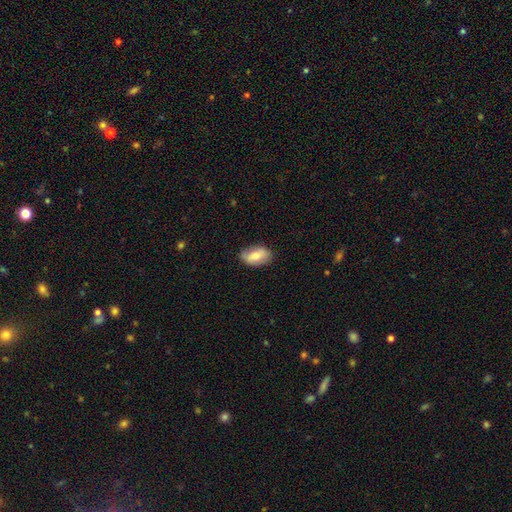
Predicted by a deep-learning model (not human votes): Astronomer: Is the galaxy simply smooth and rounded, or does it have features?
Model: smooth — 68%.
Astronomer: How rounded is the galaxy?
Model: in between — 91%.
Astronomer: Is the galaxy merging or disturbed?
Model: none — 80%.